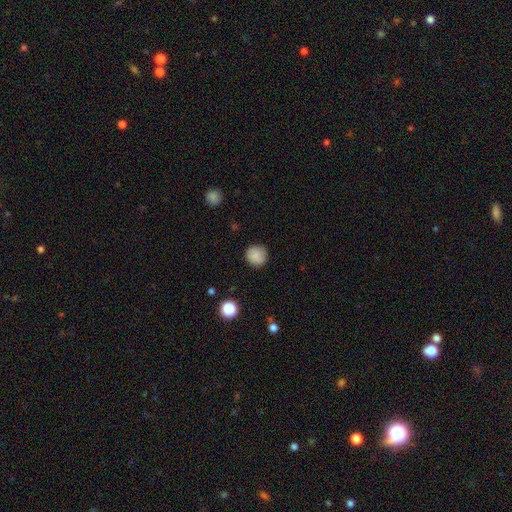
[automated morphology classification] This appears to be a smooth galaxy with no disk features (86%) that is round (92%). Merging: none (88%).